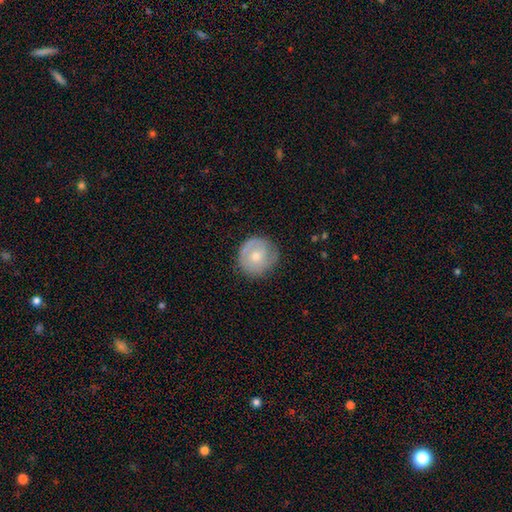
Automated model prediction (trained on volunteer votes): smooth 54%, featured or disk 40%, star or artifact 7%. Down the decision tree: how rounded — round (89%); merging — none (77%).